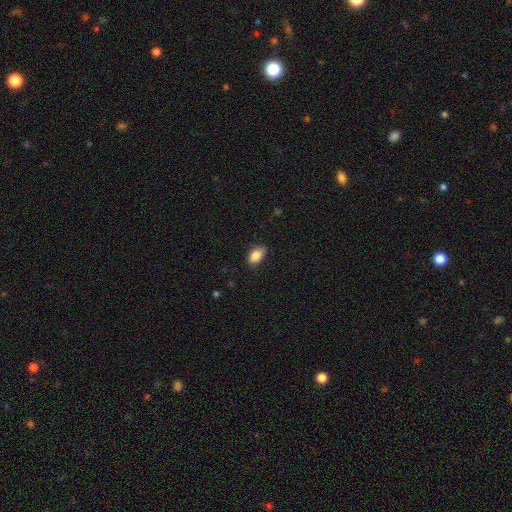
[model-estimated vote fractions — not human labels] Smooth or featured? smooth (86%)
How rounded? in between (89%)
Merging? none (78%)